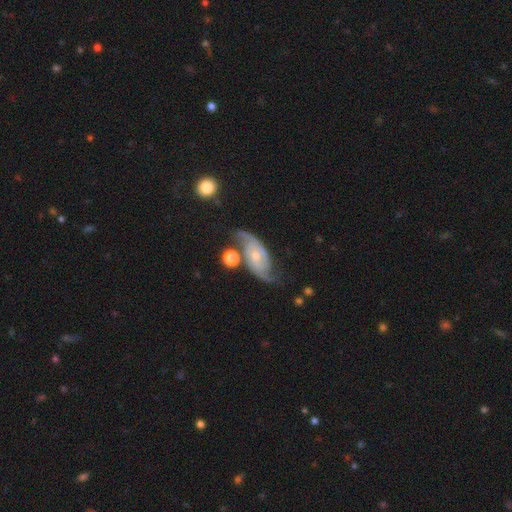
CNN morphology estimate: featured or disk 86%, smooth 9%, star or artifact 6%. Down the decision tree: edge-on disk — no (95%); bar — no (65%); spiral arms — yes (96%); spiral arm count — 2 (90%); spiral winding — medium (45%); bulge size — small (57%); merging — none (63%).